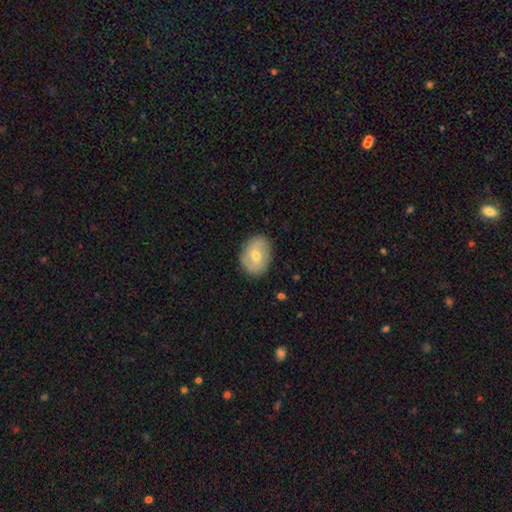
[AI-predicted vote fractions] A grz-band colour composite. It shows a featured or disk galaxy (47%). Merging: none (83%).